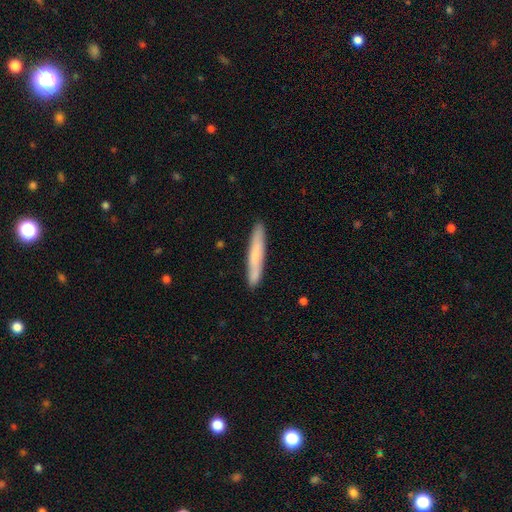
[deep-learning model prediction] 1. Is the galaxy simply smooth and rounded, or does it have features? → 67% smooth, 28% featured or disk, 6% star or artifact.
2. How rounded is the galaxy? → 95% cigar-shaped, 4% in between, 1% round.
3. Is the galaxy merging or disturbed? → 88% none, 9% minor disturbance, 2% merger, 2% major disturbance.